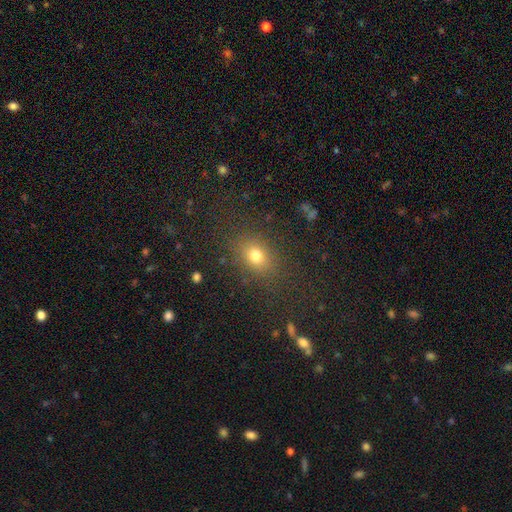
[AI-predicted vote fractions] Smooth or featured? Predicted: smooth (p=0.74). How rounded? Predicted: in between (p=0.63). Merging? Predicted: none (p=0.82).